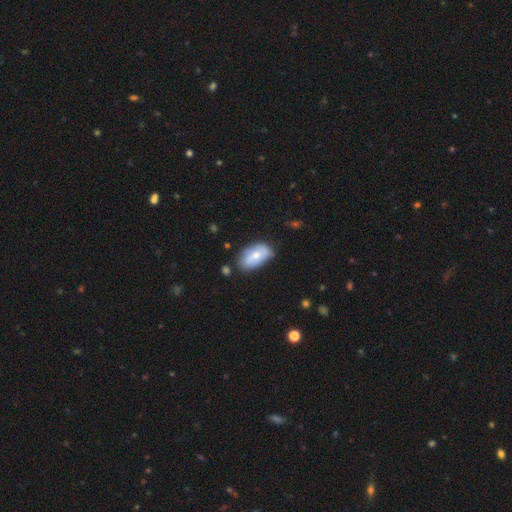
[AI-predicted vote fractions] Q: Smooth or featured?
A: smooth (66%); runner-up: featured or disk (28%)
Q: How rounded?
A: in between (93%); runner-up: round (4%)
Q: Merging?
A: none (63%); runner-up: minor disturbance (27%)